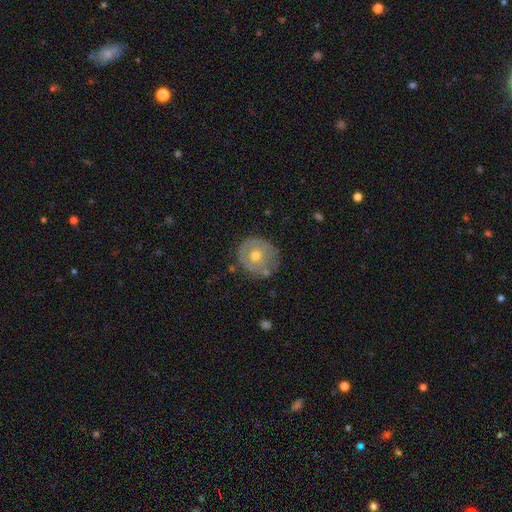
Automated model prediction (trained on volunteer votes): Q: Smooth or featured?
A: featured or disk (50%); runner-up: smooth (43%)
Q: Edge-on disk?
A: no (95%); runner-up: yes (5%)
Q: Merging?
A: none (69%); runner-up: minor disturbance (21%)